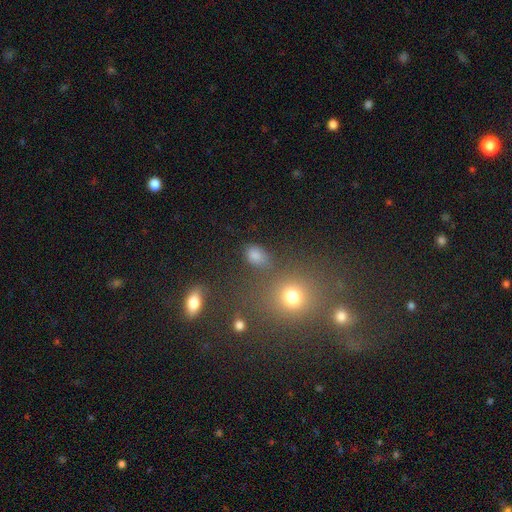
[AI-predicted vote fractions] This appears to be a smooth galaxy with no disk features (79%) that is in between round and cigar-shaped (75%). Merging: none (72%).